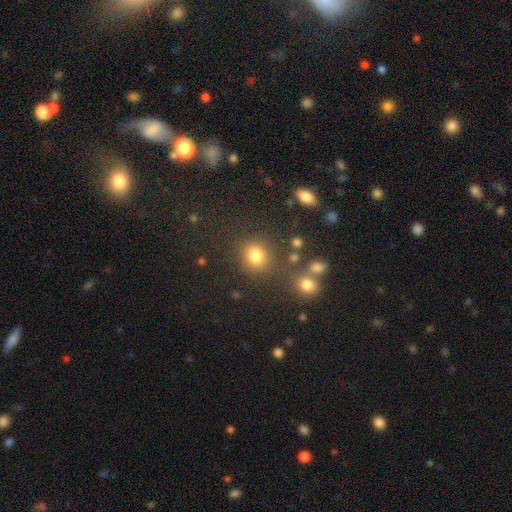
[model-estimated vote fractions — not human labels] Smooth or featured?
  - smooth: 79% *
  - star or artifact: 15%
  - featured or disk: 6%
How rounded?
  - round: 81% *
  - in between: 18%
  - cigar-shaped: 1%
Merging?
  - none: 73% *
  - minor disturbance: 11%
  - merger: 10%
  - major disturbance: 6%